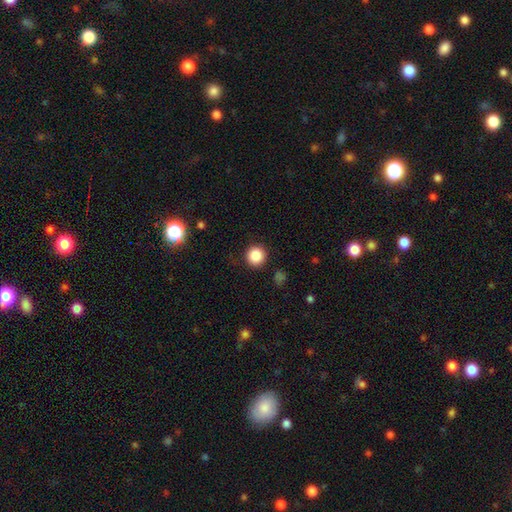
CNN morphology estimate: Smooth or featured? smooth (86%)
How rounded? round (95%)
Merging? none (91%)